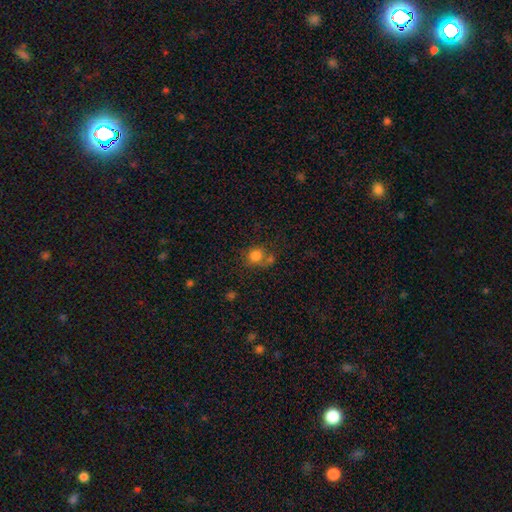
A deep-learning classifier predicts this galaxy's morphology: smooth-or-featured: smooth: 81% | star or artifact: 12% | featured or disk: 8%
  how-rounded: round: 81% | in between: 18% | cigar-shaped: 1%
  merging: none: 53% | merger: 25% | minor disturbance: 15% | major disturbance: 7%